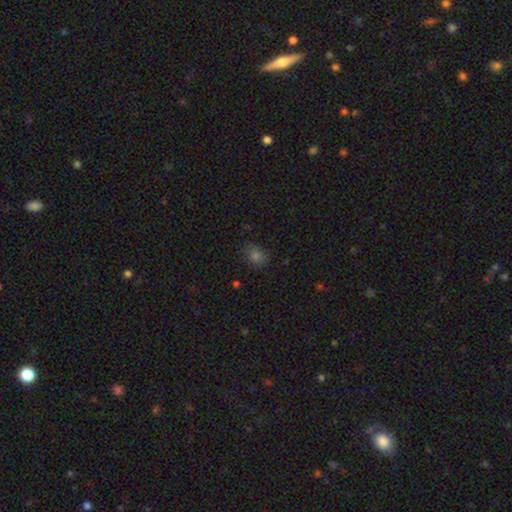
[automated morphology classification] A smooth galaxy with no disk features (71%) that is round (60%). Merging: none (81%).